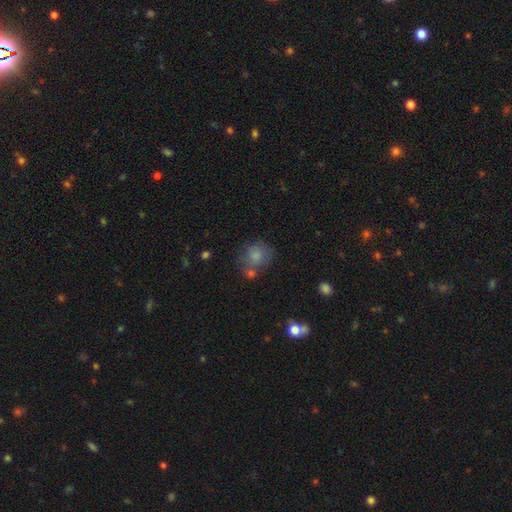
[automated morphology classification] The model was most divided on "merging": none: 49%, merger: 22%, minor disturbance: 19%, major disturbance: 10%. More confident: smooth or featured — smooth (79%); how rounded — round (74%).